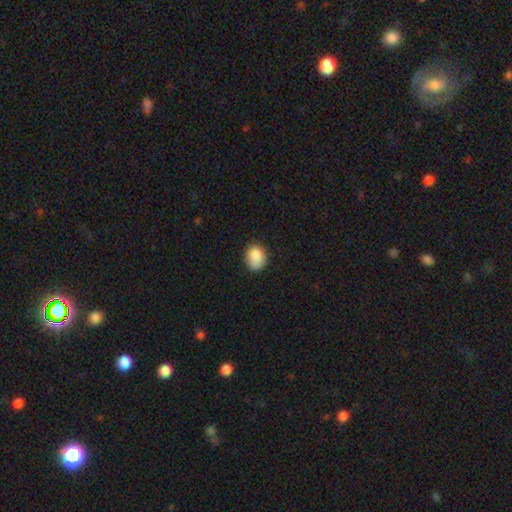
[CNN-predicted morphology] Overall: smooth (85%). How rounded: round (52%; in between 47%). Merging: none (69%).